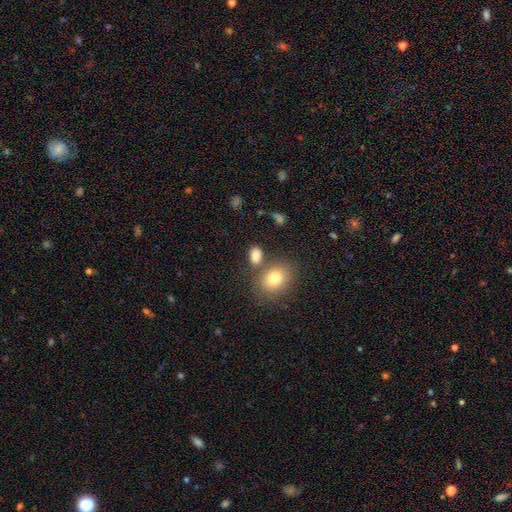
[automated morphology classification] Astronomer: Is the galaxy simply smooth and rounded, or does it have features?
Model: smooth — 83%.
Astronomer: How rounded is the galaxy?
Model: in between — 81%.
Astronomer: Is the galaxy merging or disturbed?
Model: none — 63%.